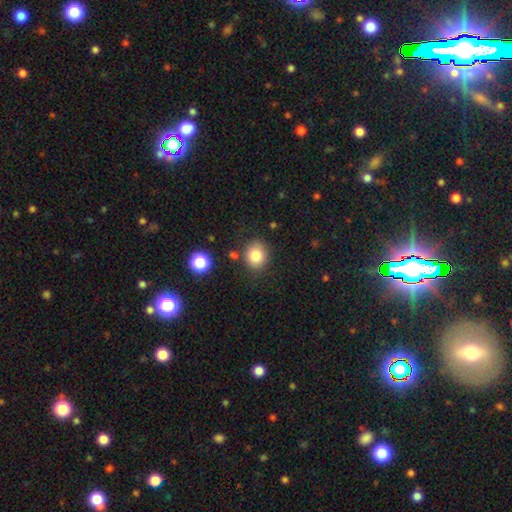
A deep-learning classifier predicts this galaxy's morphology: This appears to be a smooth galaxy with no disk features (82%) that is round (70%). Merging: none (82%).